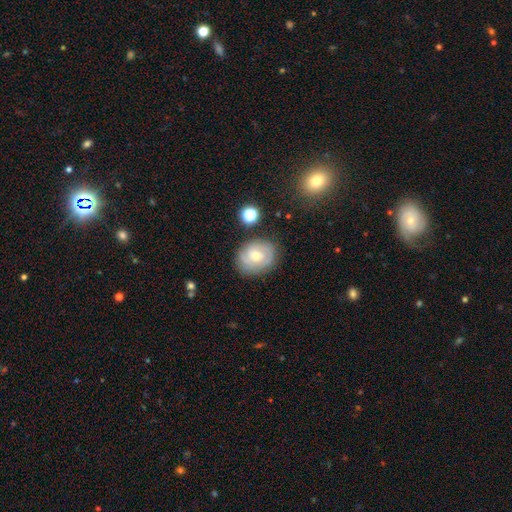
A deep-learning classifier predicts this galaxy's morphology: Smooth or featured? Predicted: featured or disk (p=0.57). Edge-on disk? Predicted: no (p=0.97). Bar? Predicted: no (p=0.65). Spiral arms? Predicted: yes (p=0.84). Bulge size? Predicted: moderate (p=0.50). Merging? Predicted: none (p=0.78).